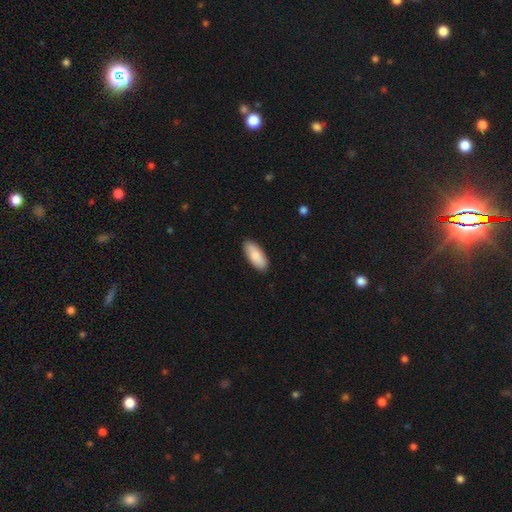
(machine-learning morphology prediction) This is clearly a smooth galaxy (87%). How rounded: clearly in between (84%). Merging: clearly none (89%).